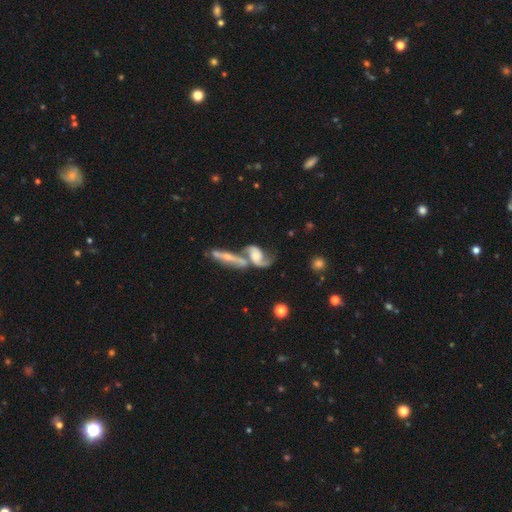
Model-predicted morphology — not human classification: The model was most divided on "bulge size": moderate: 32%, small: 26%, large: 20%, none: 18%, dominant: 4%. More confident: spiral arms — yes (92%); edge-on disk — no (90%); smooth or featured — featured or disk (75%); spiral arm count — 2 (72%); bar — no (58%); merging — merger (57%); spiral winding — loose (55%).